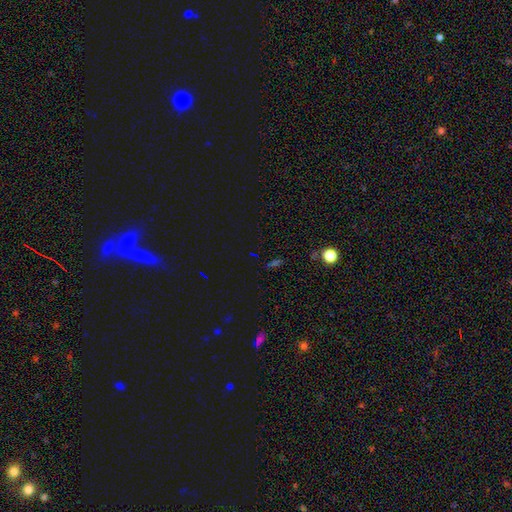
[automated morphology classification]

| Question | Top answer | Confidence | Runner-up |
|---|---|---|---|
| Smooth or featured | star or artifact | 65% | smooth (25%) |